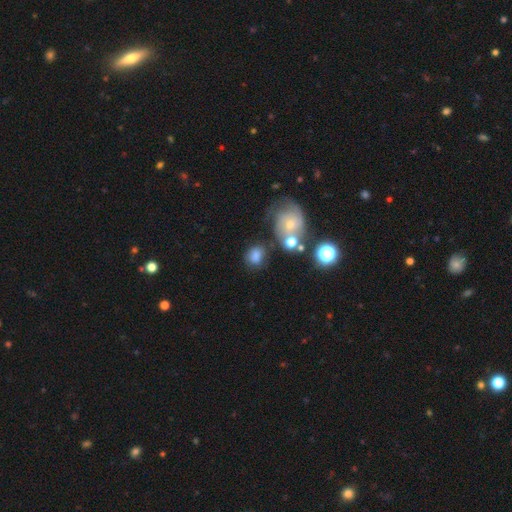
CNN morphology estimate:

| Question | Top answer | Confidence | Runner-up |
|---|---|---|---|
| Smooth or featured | smooth | 71% | star or artifact (15%) |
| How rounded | round | 50% | in between (48%) |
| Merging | none | 58% | minor disturbance (19%) |